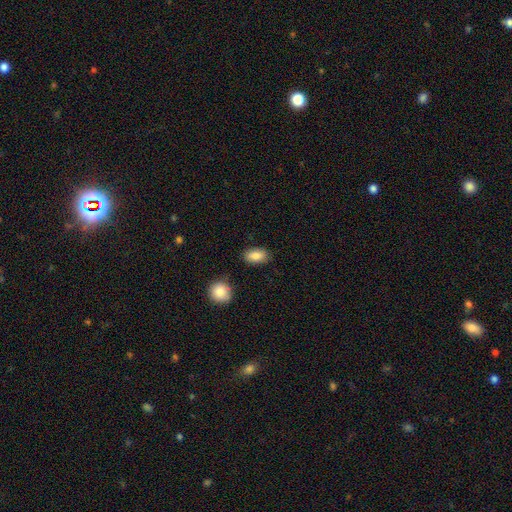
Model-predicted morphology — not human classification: This appears to be a smooth galaxy with no disk features (86%) that is in between round and cigar-shaped (91%). Merging: none (84%).